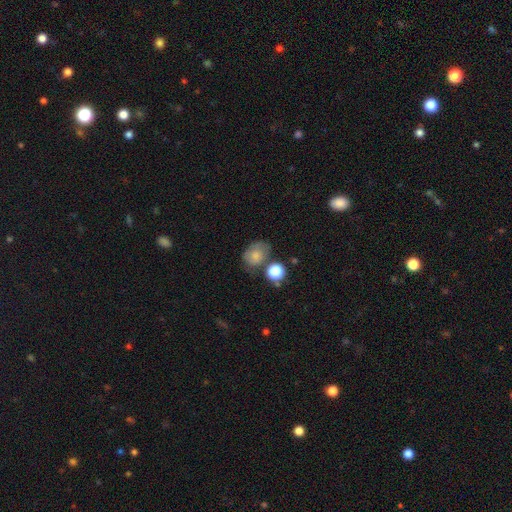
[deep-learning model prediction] smooth-or-featured: smooth: 70% | featured or disk: 19% | star or artifact: 11%
  how-rounded: in between: 57% | round: 42% | cigar-shaped: 1%
  merging: none: 51% | minor disturbance: 26% | merger: 12% | major disturbance: 11%